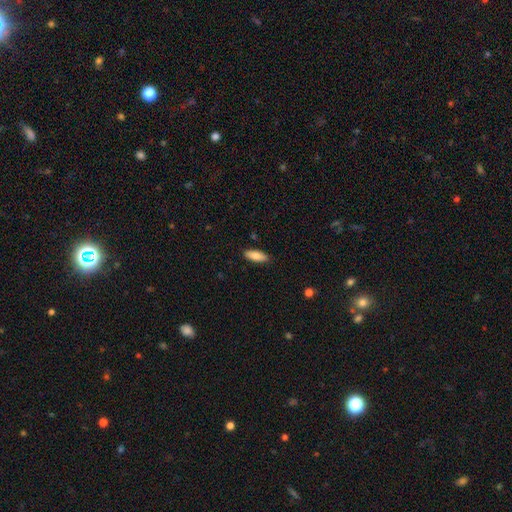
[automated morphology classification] smooth 84%, featured or disk 10%, star or artifact 6%. Down the decision tree: how rounded — in between (71%); merging — none (88%).